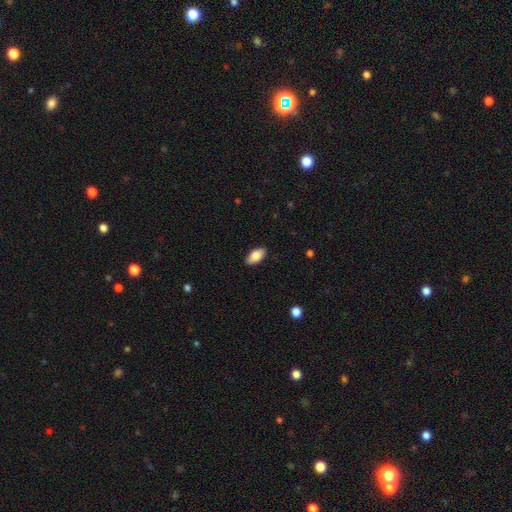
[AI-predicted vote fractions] A smooth galaxy with no disk features (83%) that is in between round and cigar-shaped (93%).

Vote fractions:
- Smooth or featured? smooth: 83% / featured or disk: 10% / star or artifact: 6%
- How rounded? in between: 93% / cigar-shaped: 4% / round: 3%
- Merging? none: 88% / minor disturbance: 9% / major disturbance: 2% / merger: 1%